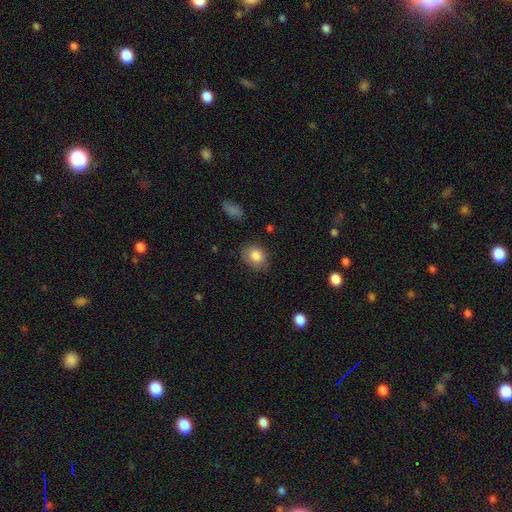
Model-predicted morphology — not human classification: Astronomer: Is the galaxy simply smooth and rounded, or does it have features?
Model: smooth — 84%.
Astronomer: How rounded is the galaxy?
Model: round — 52% (runner-up: in between, 47%).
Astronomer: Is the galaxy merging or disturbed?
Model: none — 76%.